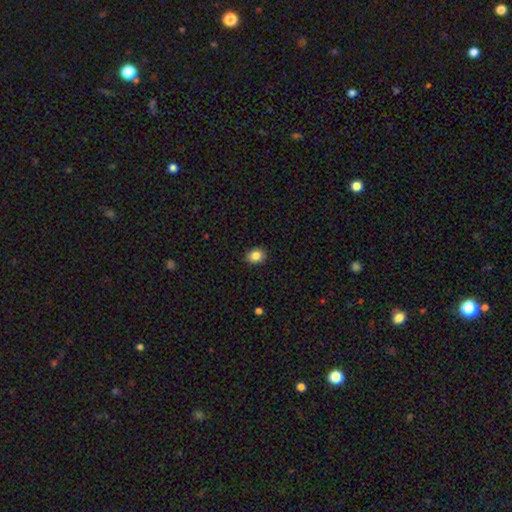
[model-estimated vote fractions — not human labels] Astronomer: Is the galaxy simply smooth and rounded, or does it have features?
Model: smooth — 85%.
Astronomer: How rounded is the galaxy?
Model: in between — 51% (runner-up: round, 48%).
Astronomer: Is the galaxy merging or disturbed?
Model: none — 90%.